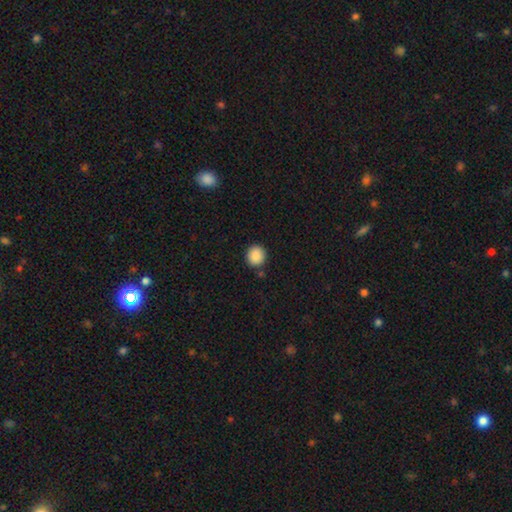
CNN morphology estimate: A smooth galaxy with no disk features (89%) that is round (85%). Merging: none (86%).